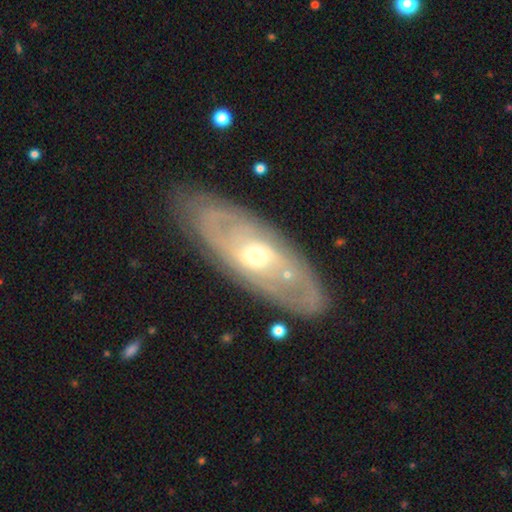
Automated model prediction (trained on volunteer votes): The model was most divided on "bar": no: 56%, weak: 32%, strong: 11%. More confident: edge-on disk — no (82%); merging — none (81%); smooth or featured — featured or disk (75%); spiral arms — yes (66%); bulge size — moderate (60%).